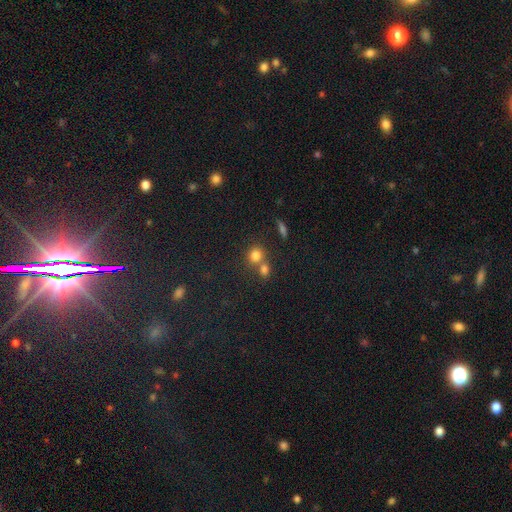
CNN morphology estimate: Smooth or featured? Predicted: smooth (p=0.78). How rounded? Predicted: round (p=0.81). Merging? Predicted: none (p=0.48).